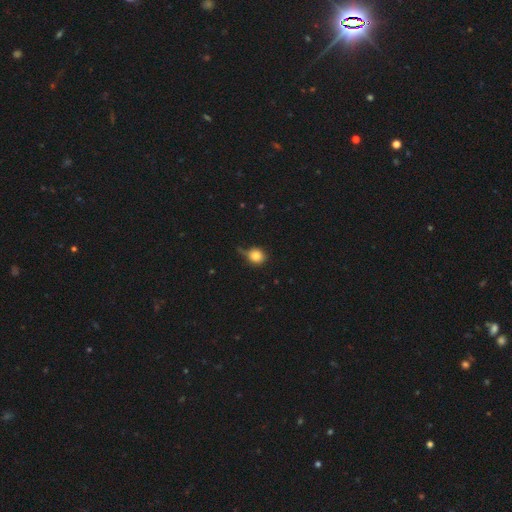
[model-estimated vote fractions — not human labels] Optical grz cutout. It shows a smooth galaxy with no disk features (81%) that is round (86%). Merging: none (57%).